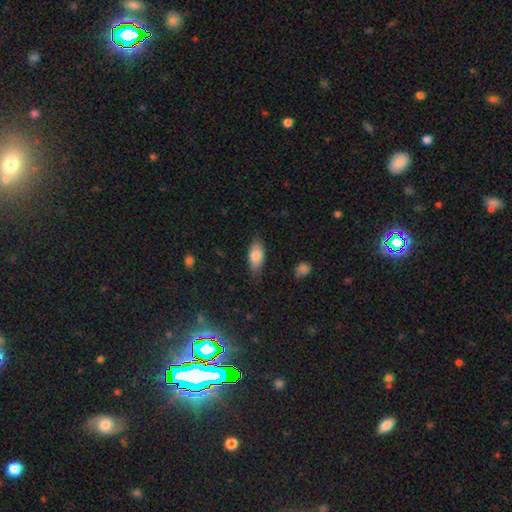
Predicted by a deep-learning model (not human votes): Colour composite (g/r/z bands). It shows a smooth galaxy with no disk features (81%) that is in between round and cigar-shaped (88%). Merging: none (76%).